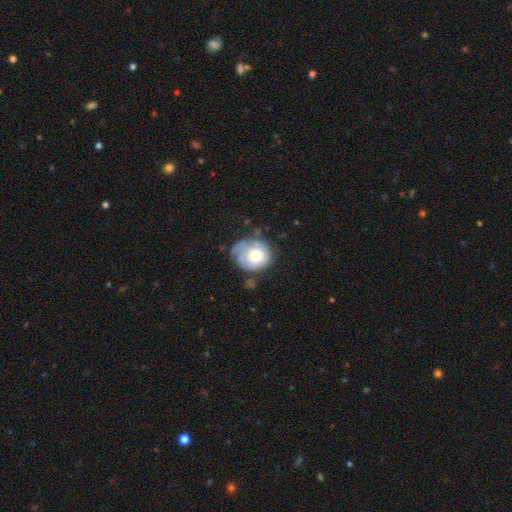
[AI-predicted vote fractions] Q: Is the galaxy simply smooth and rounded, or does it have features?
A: smooth — 65%.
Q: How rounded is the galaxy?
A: round — 64%.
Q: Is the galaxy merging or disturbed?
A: none — 42%.